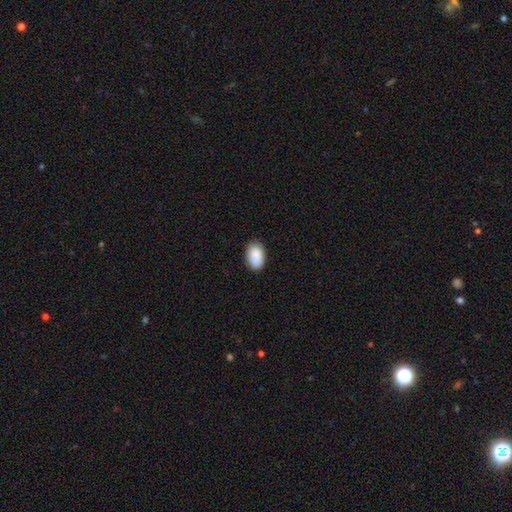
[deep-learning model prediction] Morphology: type=smooth (89%); roundness=in between (92%); merging=none (82%).